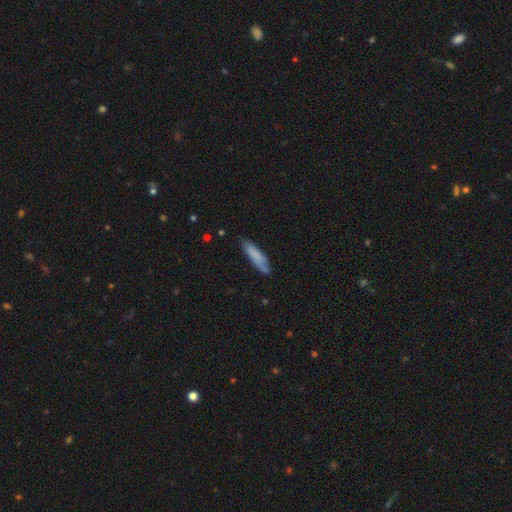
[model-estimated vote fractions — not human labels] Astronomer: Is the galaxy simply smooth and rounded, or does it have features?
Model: smooth — 79%.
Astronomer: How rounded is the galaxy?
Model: cigar-shaped — 78%.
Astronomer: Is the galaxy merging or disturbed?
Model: none — 77%.